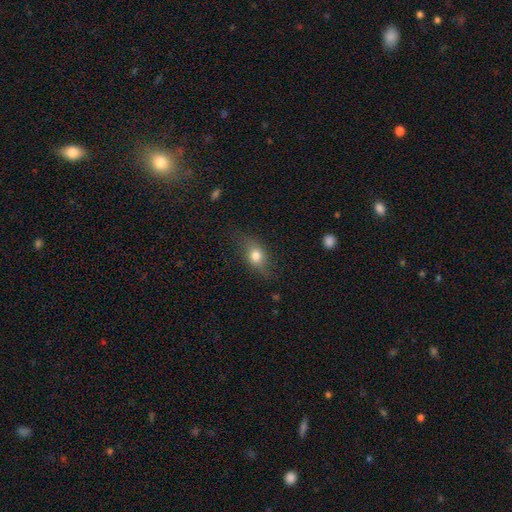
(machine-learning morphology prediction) Overall: smooth (72%). How rounded: in between (71%). Merging: none (71%).